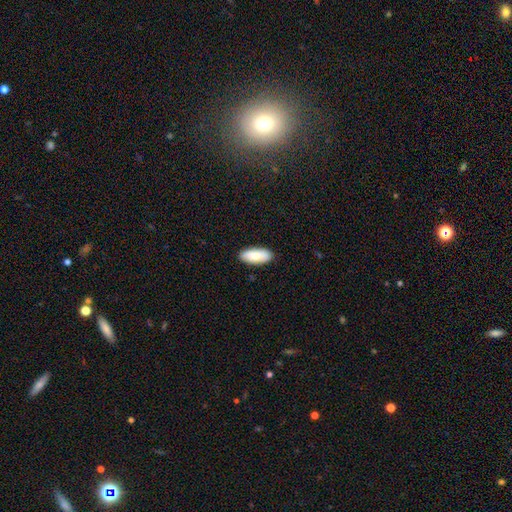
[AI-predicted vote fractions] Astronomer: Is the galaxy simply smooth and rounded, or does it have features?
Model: smooth — 80%.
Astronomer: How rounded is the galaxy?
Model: in between — 86%.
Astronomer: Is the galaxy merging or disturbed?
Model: none — 88%.